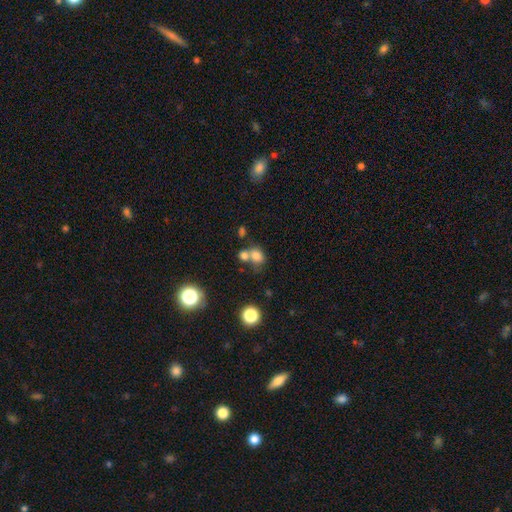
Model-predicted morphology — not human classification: smooth_or_featured: smooth (p=0.76) [alt: star or artifact p=0.13]
how_rounded: round (p=0.56) [alt: in between p=0.43]
merging: merger (p=0.45) [alt: none p=0.40]